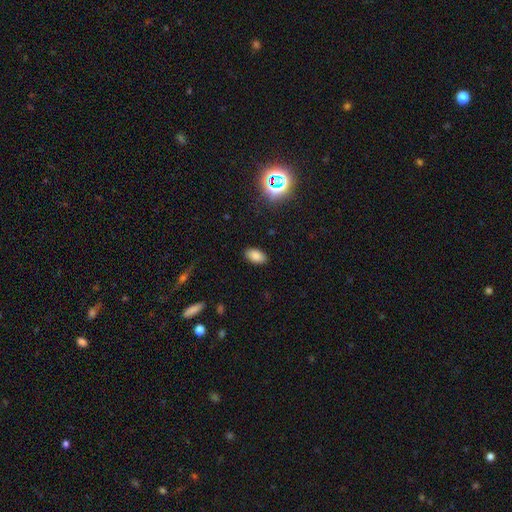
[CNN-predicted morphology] Smooth or featured: smooth — 82% (star or artifact — 12%)
How rounded: in between — 93% (round — 5%)
Merging: none — 88% (minor disturbance — 9%)